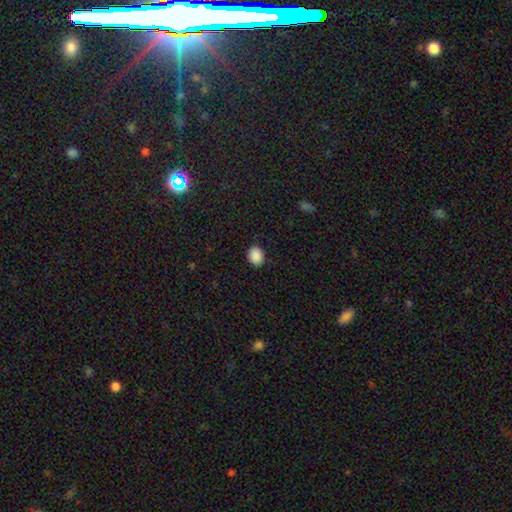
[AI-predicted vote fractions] A smooth galaxy with no disk features (89%) that is in between round and cigar-shaped (52%). Merging: none (87%).